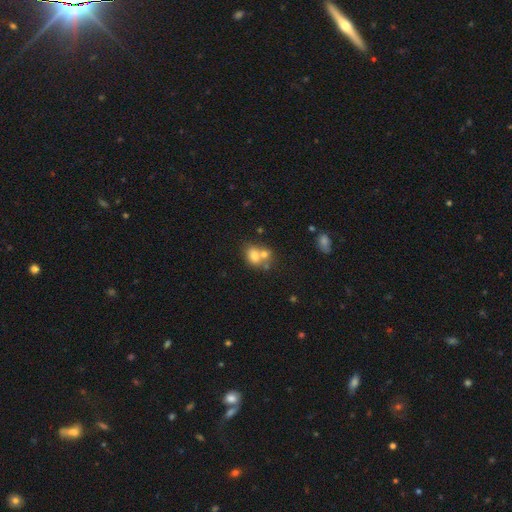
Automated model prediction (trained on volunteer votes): smooth 72%, featured or disk 16%, star or artifact 11%. Down the decision tree: how rounded — in between (60%); merging — merger (53%).